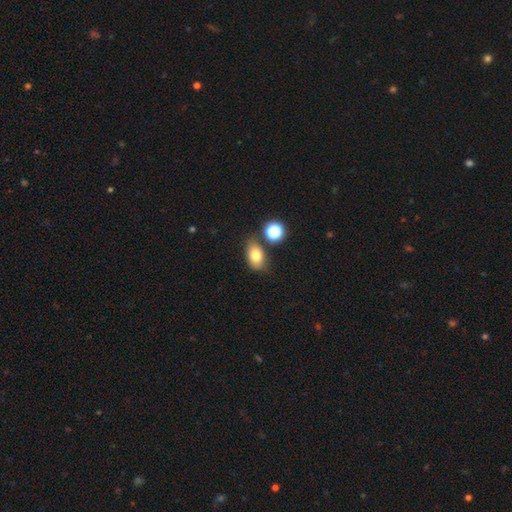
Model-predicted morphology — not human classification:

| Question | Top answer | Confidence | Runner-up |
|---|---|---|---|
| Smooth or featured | smooth | 78% | featured or disk (11%) |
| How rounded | in between | 83% | round (15%) |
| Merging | none | 70% | minor disturbance (16%) |